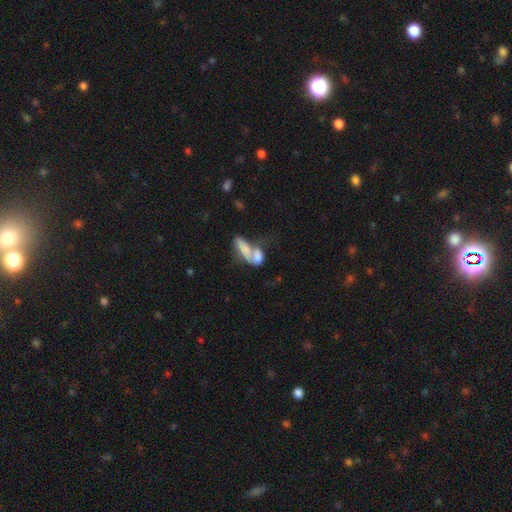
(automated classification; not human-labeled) The model was most divided on "smooth or featured": smooth: 67%, featured or disk: 24%, star or artifact: 9%. More confident: how rounded — in between (73%); merging — merger (68%).